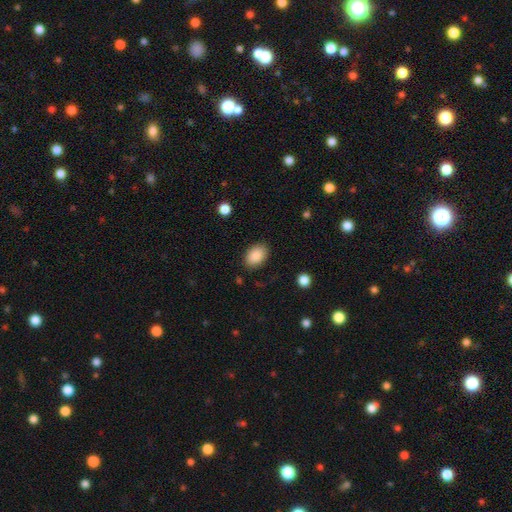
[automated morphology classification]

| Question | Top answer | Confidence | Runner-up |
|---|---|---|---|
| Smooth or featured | smooth | 89% | star or artifact (7%) |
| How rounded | in between | 85% | round (14%) |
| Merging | none | 85% | minor disturbance (10%) |